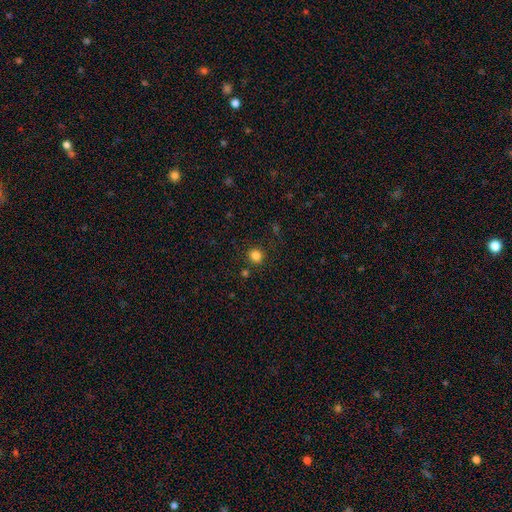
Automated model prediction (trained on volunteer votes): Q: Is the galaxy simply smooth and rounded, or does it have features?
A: smooth — 83%.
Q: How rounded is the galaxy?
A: round — 92%.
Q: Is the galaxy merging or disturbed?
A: none — 88%.